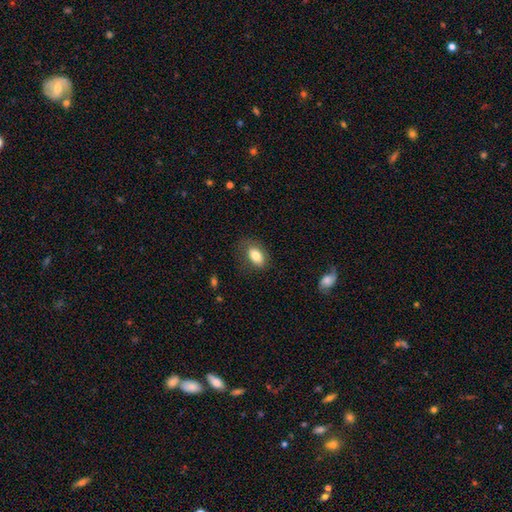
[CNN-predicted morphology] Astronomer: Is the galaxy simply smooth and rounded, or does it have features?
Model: smooth — 78%.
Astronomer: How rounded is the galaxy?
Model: in between — 90%.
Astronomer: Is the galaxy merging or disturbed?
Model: none — 74%.